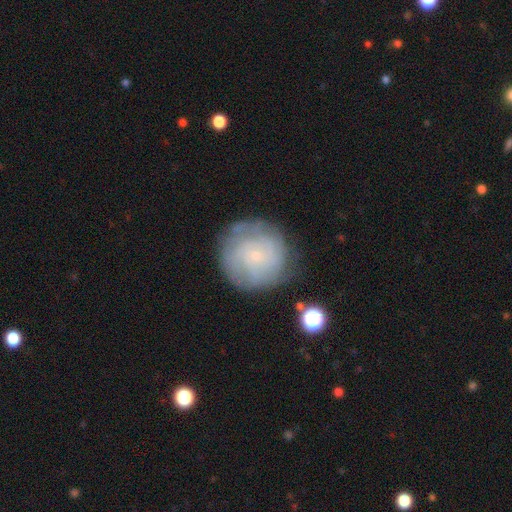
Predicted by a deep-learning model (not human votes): A featured or disk galaxy (56%) with no bar (80%), spiral arms (79%) and a small central bulge (86%).

Vote fractions:
- Smooth or featured? featured or disk: 56% / smooth: 35% / star or artifact: 9%
- Edge-on disk? no: 97% / yes: 3%
- Bar? no: 80% / weak: 17% / strong: 3%
- Spiral arms? yes: 79% / no: 21%
- Bulge size? small: 86% / moderate: 7% / none: 4% / large: 1% / dominant: 1%
- Merging? none: 77% / minor disturbance: 15% / major disturbance: 6% / merger: 2%